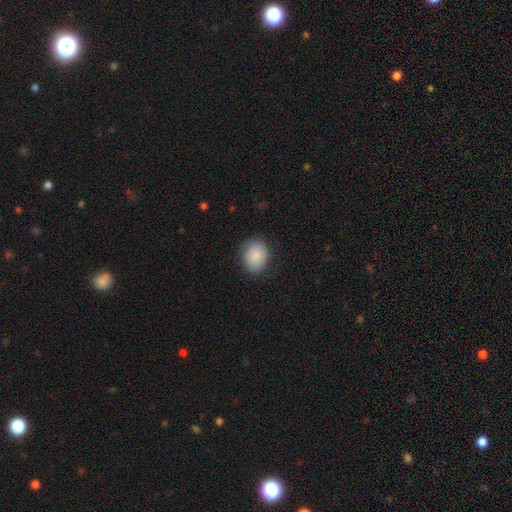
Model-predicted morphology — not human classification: type=smooth (84%); roundness=in between (54%); merging=none (78%).